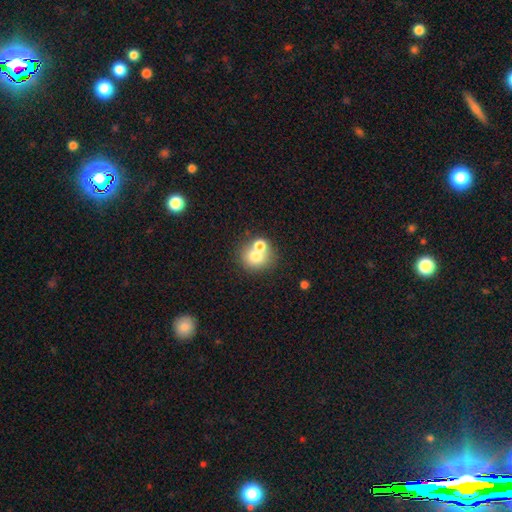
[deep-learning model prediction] A smooth galaxy with no disk features (72%) that is round (81%).

Vote fractions:
- Smooth or featured? smooth: 72% / featured or disk: 16% / star or artifact: 12%
- How rounded? round: 81% / in between: 18% / cigar-shaped: 1%
- Merging? none: 47% / merger: 42% / minor disturbance: 8% / major disturbance: 3%